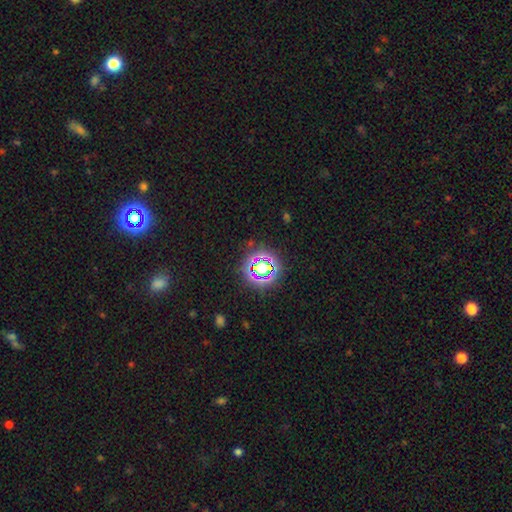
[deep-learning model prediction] Q: Smooth or featured?
A: star or artifact (75%); runner-up: smooth (17%)